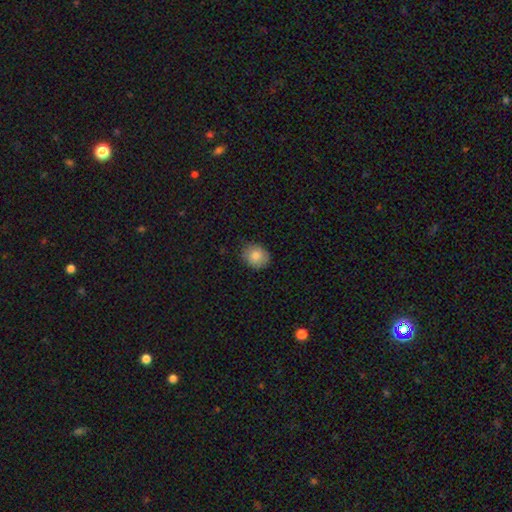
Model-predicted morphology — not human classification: Smooth or featured? Predicted: smooth (p=0.83). How rounded? Predicted: round (p=0.74). Merging? Predicted: none (p=0.85).